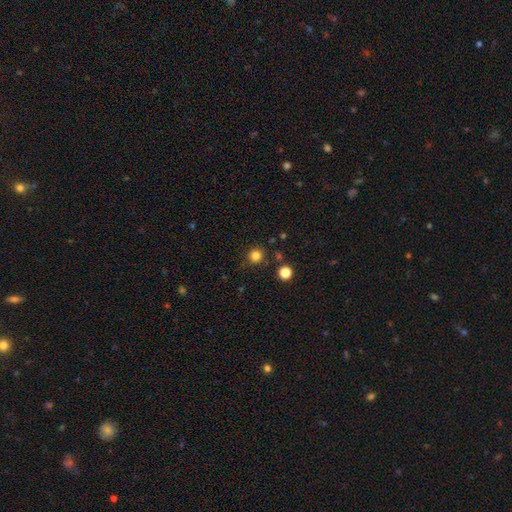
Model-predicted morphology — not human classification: smooth_or_featured: smooth (p=0.82) [alt: star or artifact p=0.14]
how_rounded: round (p=0.93) [alt: in between p=0.06]
merging: none (p=0.86) [alt: minor disturbance p=0.08]